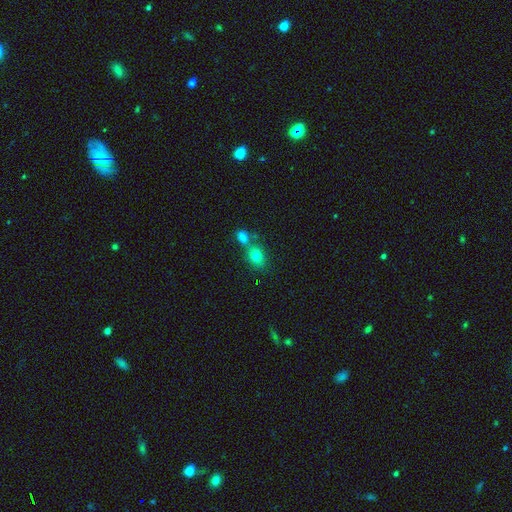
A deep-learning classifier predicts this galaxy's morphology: A smooth galaxy with no disk features (78%) that is in between round and cigar-shaped (58%).

Vote fractions:
- Smooth or featured? smooth: 78% / star or artifact: 12% / featured or disk: 10%
- How rounded? in between: 58% / round: 41% / cigar-shaped: 2%
- Merging? none: 49% / merger: 36% / minor disturbance: 11% / major disturbance: 4%